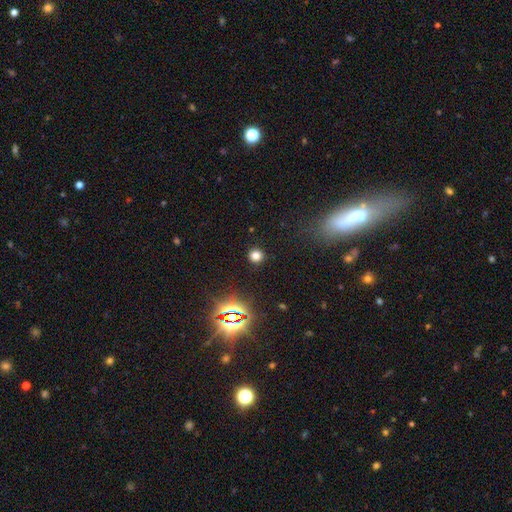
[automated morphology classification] This is likely a smooth galaxy (74%). How rounded: clearly round (92%). Merging: clearly none (91%).